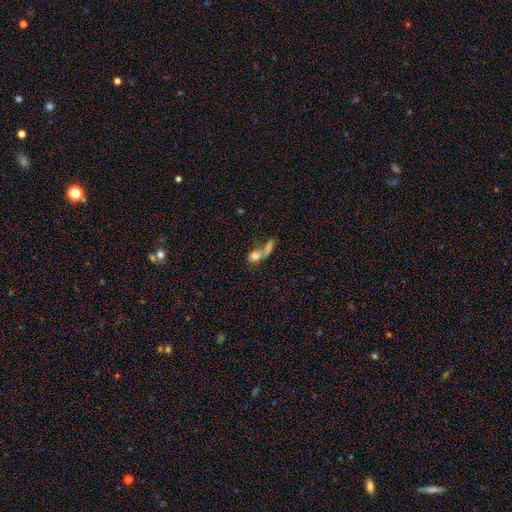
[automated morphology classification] Q: Smooth or featured?
A: smooth (70%); runner-up: featured or disk (18%)
Q: How rounded?
A: in between (60%); runner-up: round (31%)
Q: Merging?
A: merger (67%); runner-up: none (16%)